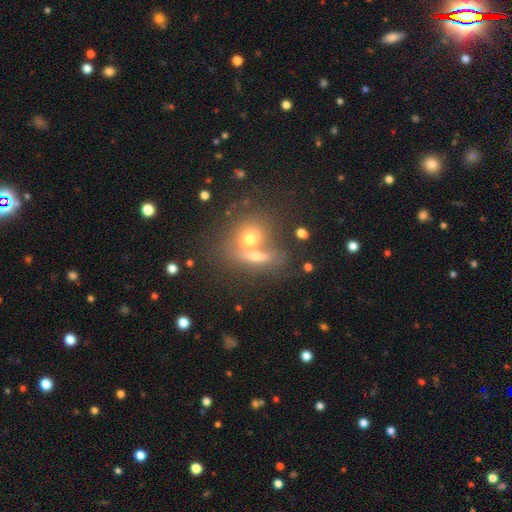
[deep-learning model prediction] Morphology: type=smooth (58%); roundness=in between (51%); merging=merger (54%).